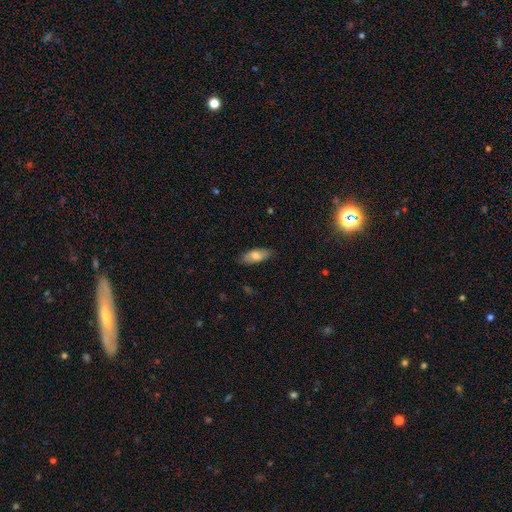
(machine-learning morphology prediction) A smooth galaxy with no disk features (76%) that is in between round and cigar-shaped (82%).

Vote fractions:
- Smooth or featured? smooth: 76% / featured or disk: 18% / star or artifact: 6%
- How rounded? in between: 82% / cigar-shaped: 16% / round: 2%
- Merging? none: 84% / minor disturbance: 12% / major disturbance: 2% / merger: 1%